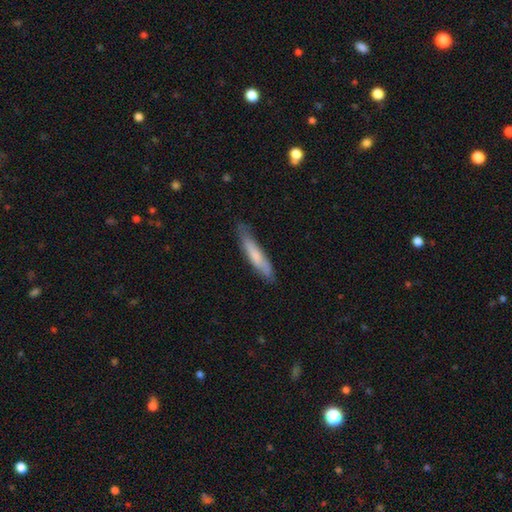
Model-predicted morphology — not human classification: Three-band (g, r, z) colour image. It shows a smooth galaxy with no disk features (64%) that is cigar-shaped (88%). Merging: none (78%).